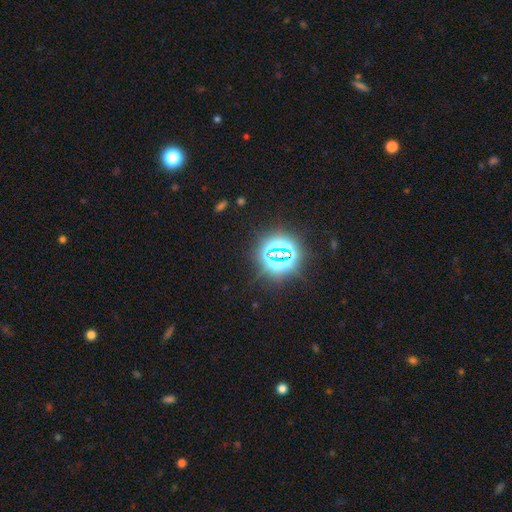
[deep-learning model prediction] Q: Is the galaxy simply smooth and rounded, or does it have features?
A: star or artifact — 80%.